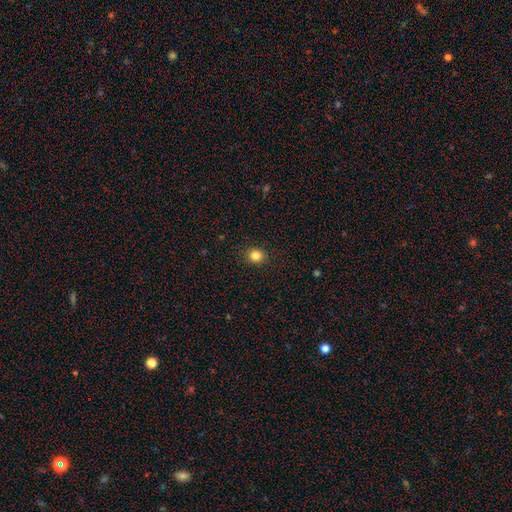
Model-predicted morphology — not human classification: Smooth or featured? Predicted: smooth (p=0.83). How rounded? Predicted: round (p=0.86). Merging? Predicted: none (p=0.91).